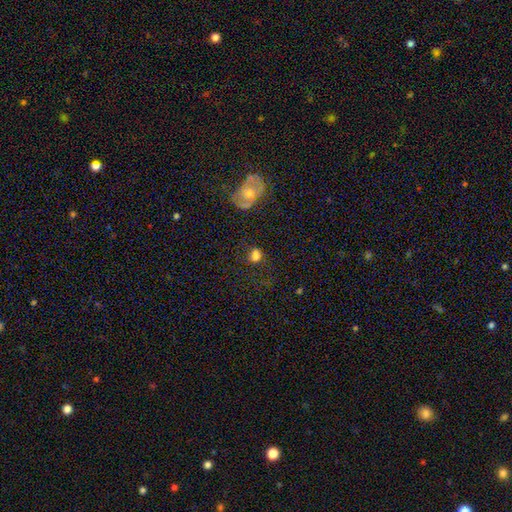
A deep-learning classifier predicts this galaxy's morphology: type=smooth (71%); roundness=in between (50%); merging=none (56%).